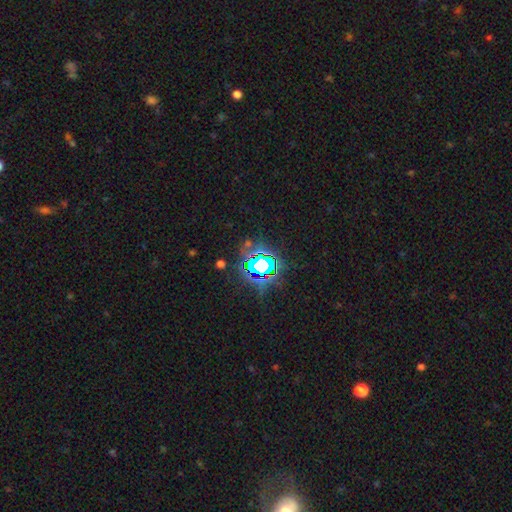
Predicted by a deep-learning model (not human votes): Smooth or featured? star or artifact (83%)